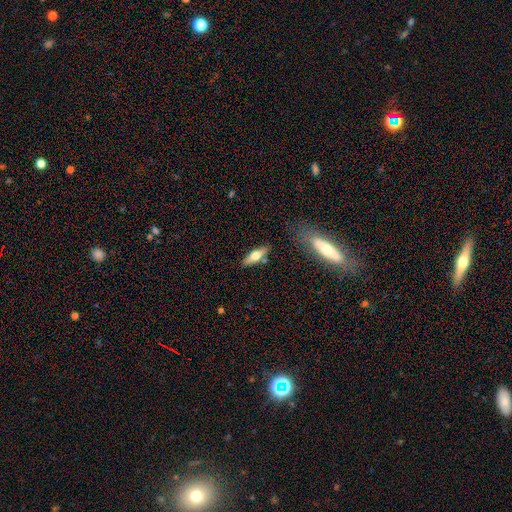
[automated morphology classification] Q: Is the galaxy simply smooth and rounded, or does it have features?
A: smooth — 56%.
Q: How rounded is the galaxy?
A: in between — 49%.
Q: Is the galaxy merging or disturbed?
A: none — 78%.